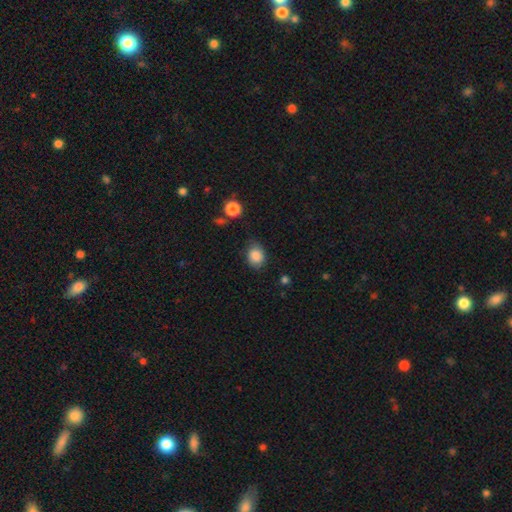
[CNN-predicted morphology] Smooth or featured: smooth — 86% (star or artifact — 9%)
How rounded: in between — 53% (round — 46%)
Merging: none — 72% (minor disturbance — 21%)